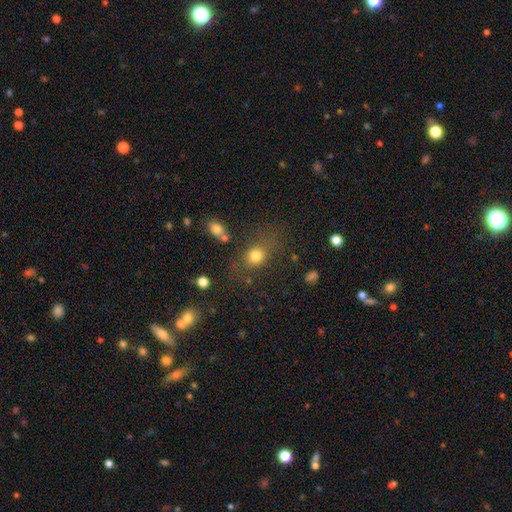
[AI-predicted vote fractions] Overall: smooth (76%). How rounded: round (56%; in between 41%). Merging: none (64%).